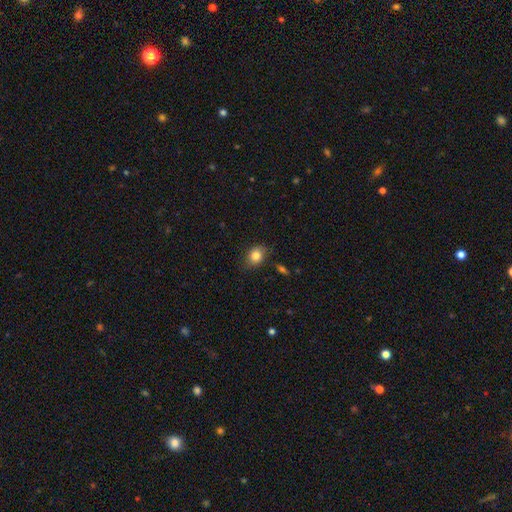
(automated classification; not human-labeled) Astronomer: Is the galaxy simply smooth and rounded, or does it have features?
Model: smooth — 83%.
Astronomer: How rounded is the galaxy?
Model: in between — 53% (runner-up: round, 46%).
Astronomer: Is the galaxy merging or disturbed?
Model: none — 76%.